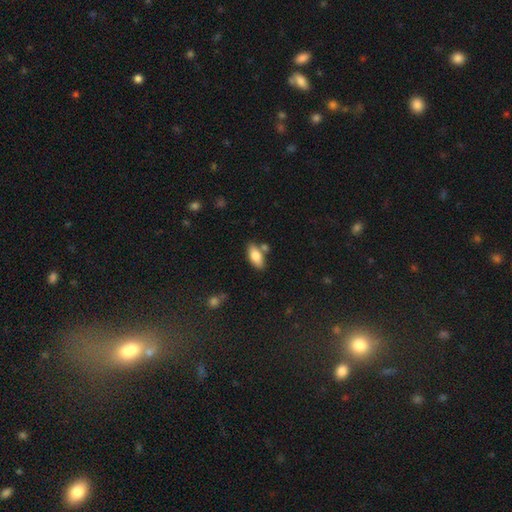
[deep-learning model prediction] This is likely a smooth galaxy (77%). How rounded: clearly in between (84%). Merging: likely none (72%).